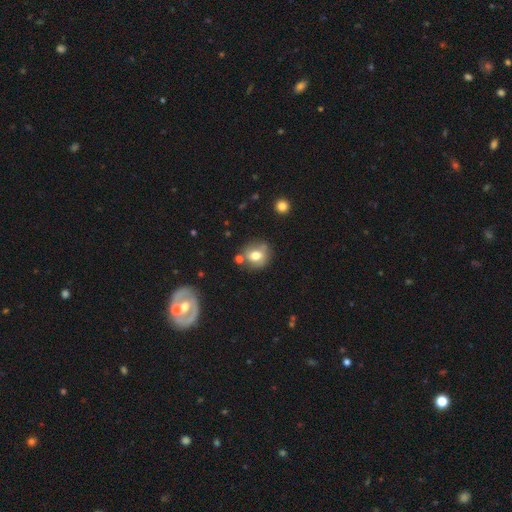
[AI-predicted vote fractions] Smooth or featured? smooth (69%)
How rounded? round (78%)
Merging? none (64%)